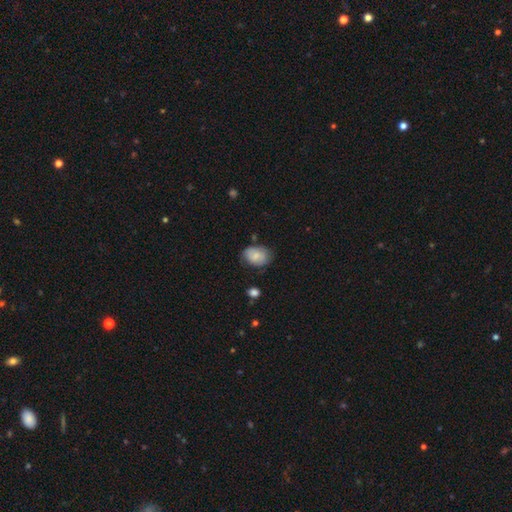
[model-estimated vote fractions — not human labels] Smooth or featured: smooth — 80% (featured or disk — 13%)
How rounded: in between — 79% (round — 20%)
Merging: none — 67% (minor disturbance — 25%)